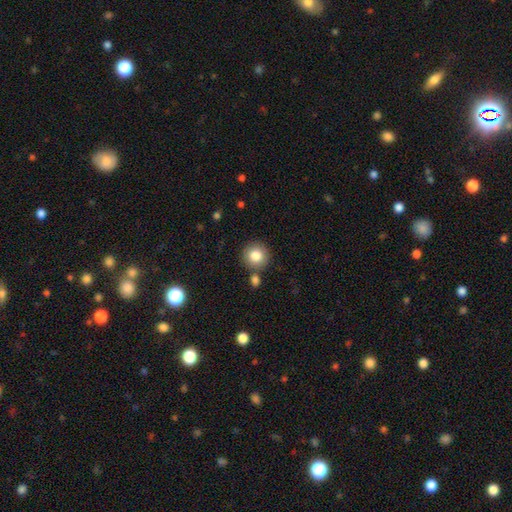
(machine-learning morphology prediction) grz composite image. It shows a smooth galaxy with no disk features (82%) that is round (93%). Merging: none (80%).